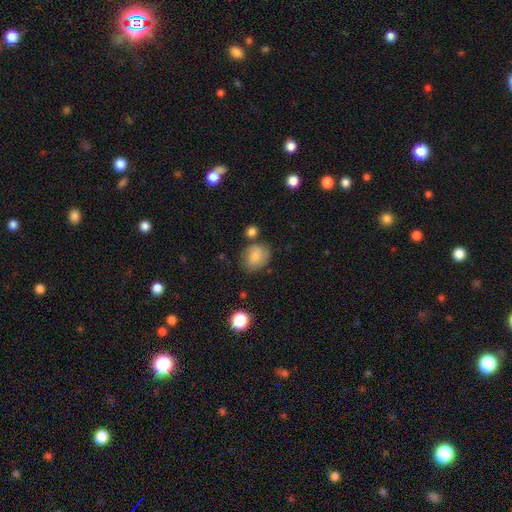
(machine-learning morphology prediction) smooth 78%, featured or disk 14%, star or artifact 9%. Down the decision tree: how rounded — round (55%); merging — none (67%).